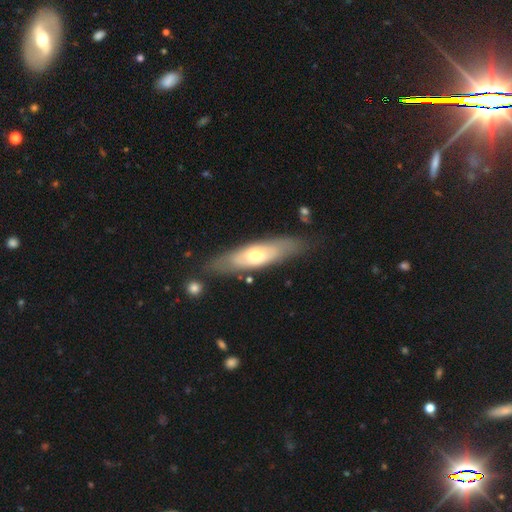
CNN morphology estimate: This appears to be a smooth galaxy with no disk features (52%) that is cigar-shaped (53%). Merging: none (77%).